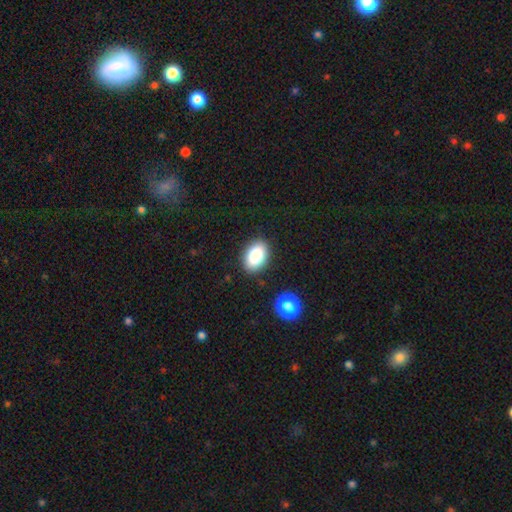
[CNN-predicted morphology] This is clearly a smooth galaxy (84%). How rounded: clearly in between (87%). Merging: clearly none (87%).